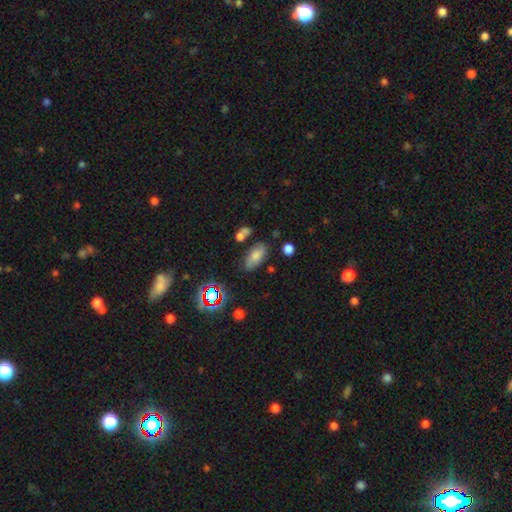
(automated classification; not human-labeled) A smooth galaxy with no disk features (68%) that is in between round and cigar-shaped (88%). Merging: none (67%).